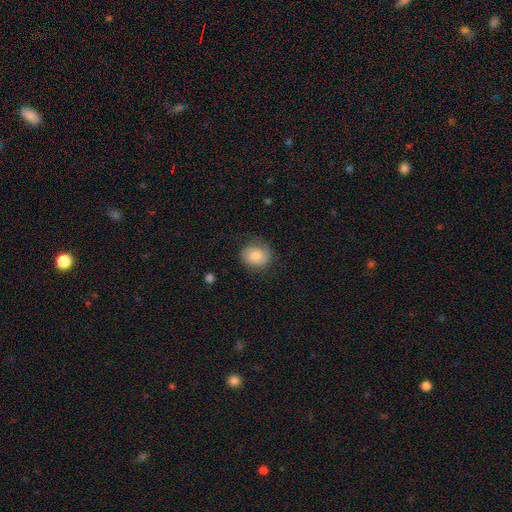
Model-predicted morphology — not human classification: smooth 73%, featured or disk 19%, star or artifact 8%. Down the decision tree: how rounded — round (63%); merging — none (71%).